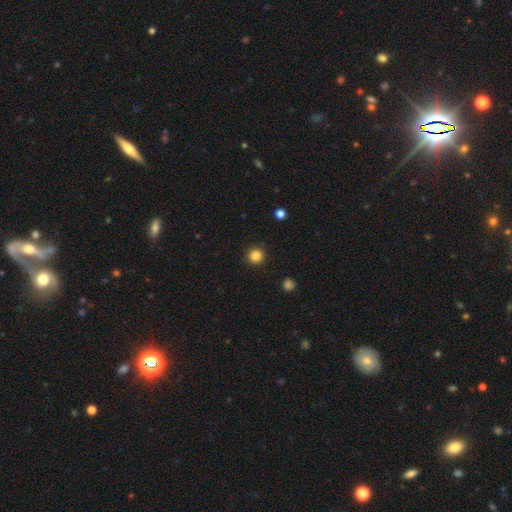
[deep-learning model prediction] This appears to be a smooth galaxy with no disk features (85%) that is round (96%). Merging: none (92%).